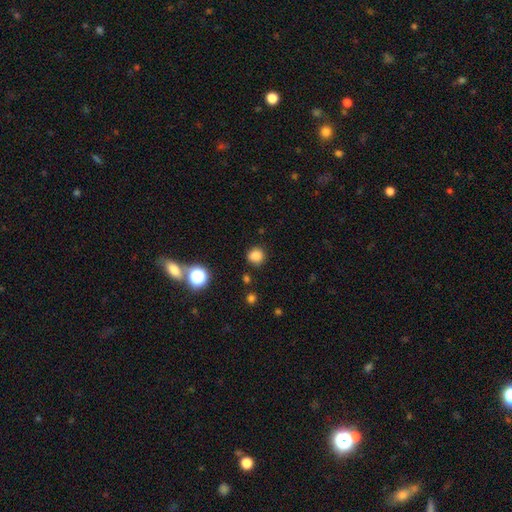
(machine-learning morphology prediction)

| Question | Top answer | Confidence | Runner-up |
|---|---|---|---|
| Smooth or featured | smooth | 82% | star or artifact (14%) |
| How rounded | round | 89% | in between (10%) |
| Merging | none | 86% | minor disturbance (9%) |